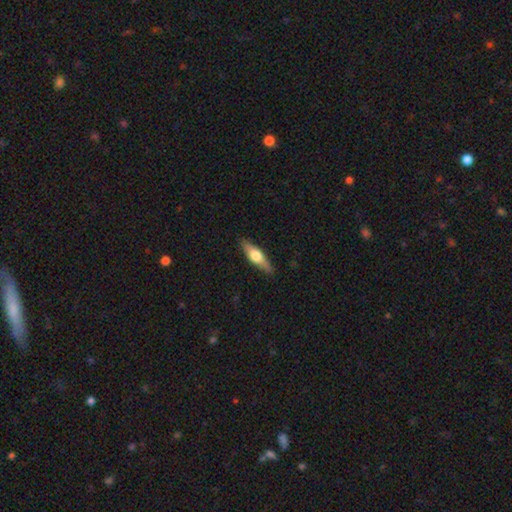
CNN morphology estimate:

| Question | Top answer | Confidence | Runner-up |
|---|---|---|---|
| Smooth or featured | featured or disk | 48% | smooth (46%) |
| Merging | none | 88% | minor disturbance (9%) |